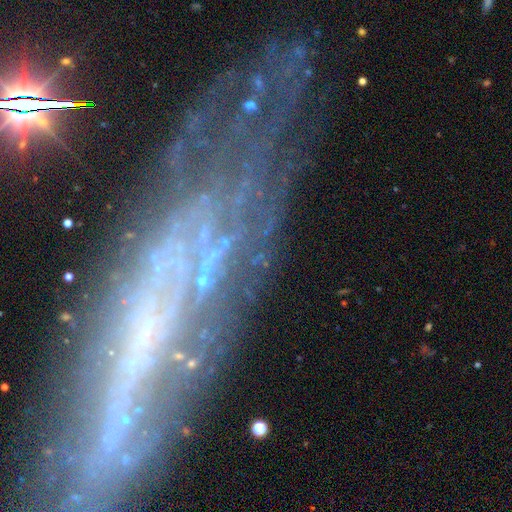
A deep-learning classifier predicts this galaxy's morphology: A featured or disk galaxy (67%). Merging: none (68%).